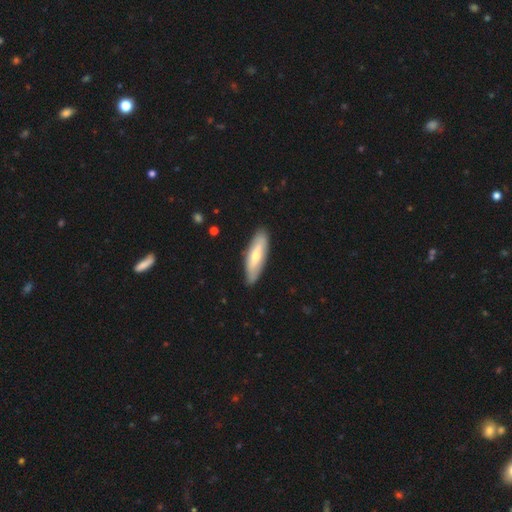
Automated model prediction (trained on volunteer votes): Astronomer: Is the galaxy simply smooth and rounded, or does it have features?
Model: smooth — 57% (runner-up: featured or disk, 38%).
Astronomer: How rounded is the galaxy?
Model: in between — 50% (runner-up: cigar-shaped, 48%).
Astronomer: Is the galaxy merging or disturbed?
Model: none — 86%.